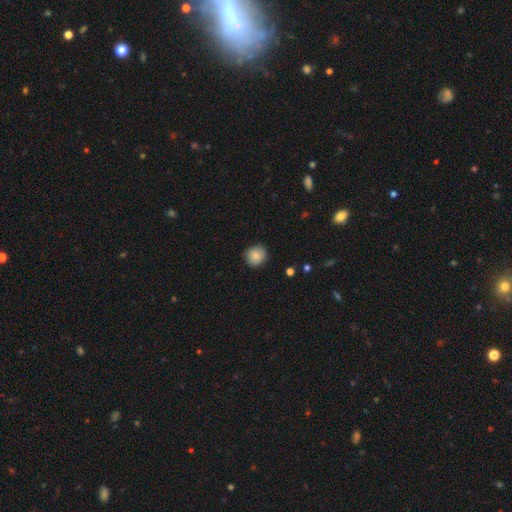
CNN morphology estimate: smooth 82%, featured or disk 9%, star or artifact 8%. Down the decision tree: how rounded — round (88%); merging — none (87%).